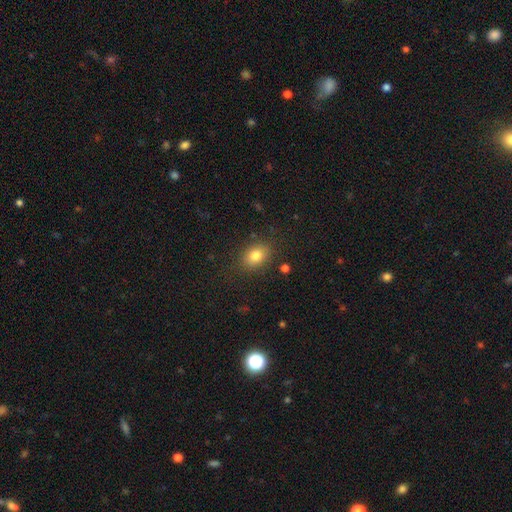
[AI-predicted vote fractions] A smooth galaxy with no disk features (81%) that is in between round and cigar-shaped (70%).

Vote fractions:
- Smooth or featured? smooth: 81% / star or artifact: 10% / featured or disk: 9%
- How rounded? in between: 70% / round: 29% / cigar-shaped: 1%
- Merging? none: 82% / minor disturbance: 12% / major disturbance: 4% / merger: 2%